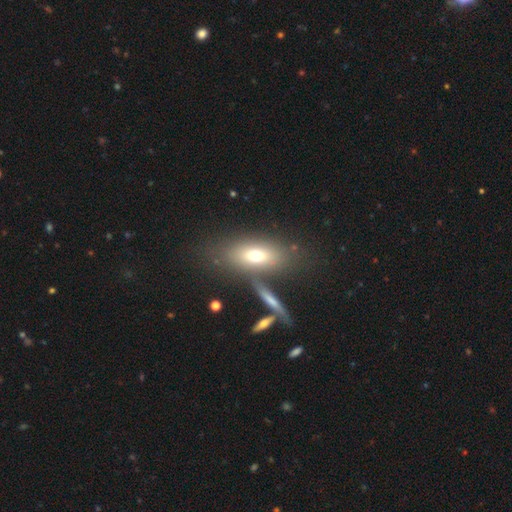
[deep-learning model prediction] Overall: smooth (66%). How rounded: in between (80%). Merging: none (63%).